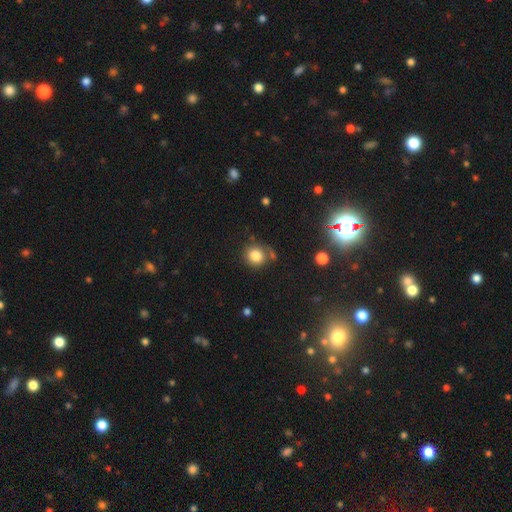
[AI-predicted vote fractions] A smooth galaxy with no disk features (81%) that is round (89%). Merging: none (70%).